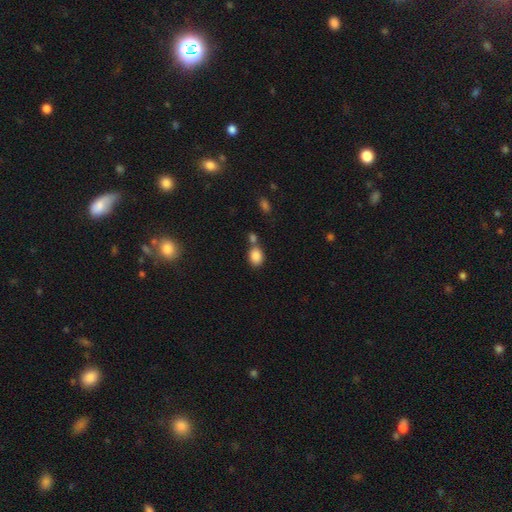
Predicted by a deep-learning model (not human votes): This appears to be a smooth galaxy with no disk features (86%) that is in between round and cigar-shaped (58%). Merging: none (55%).